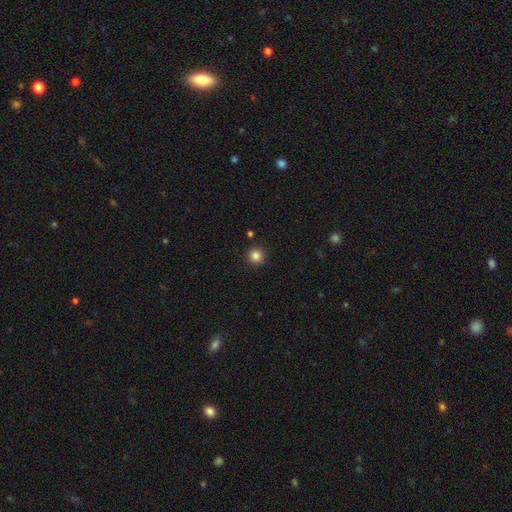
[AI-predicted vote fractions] A smooth galaxy with no disk features (84%) that is round (96%). Merging: none (92%).